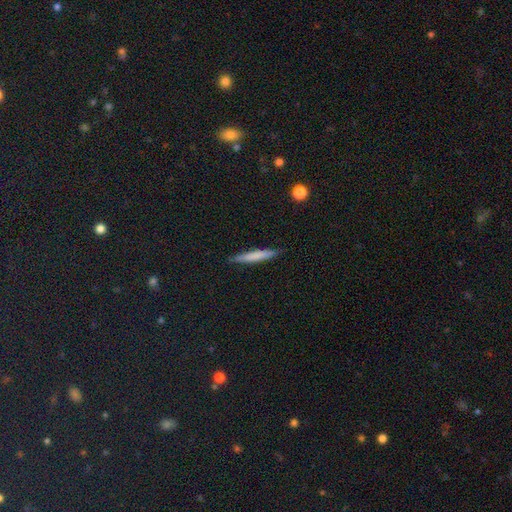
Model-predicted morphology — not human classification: Smooth or featured? Predicted: smooth (p=0.66). How rounded? Predicted: cigar-shaped (p=0.94). Merging? Predicted: none (p=0.89).